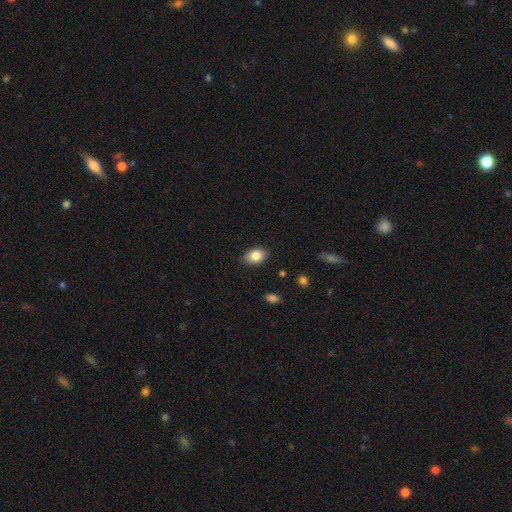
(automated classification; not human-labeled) smooth_or_featured: smooth (p=0.85) [alt: featured or disk p=0.07]
how_rounded: in between (p=0.88) [alt: round p=0.11]
merging: none (p=0.86) [alt: minor disturbance p=0.11]